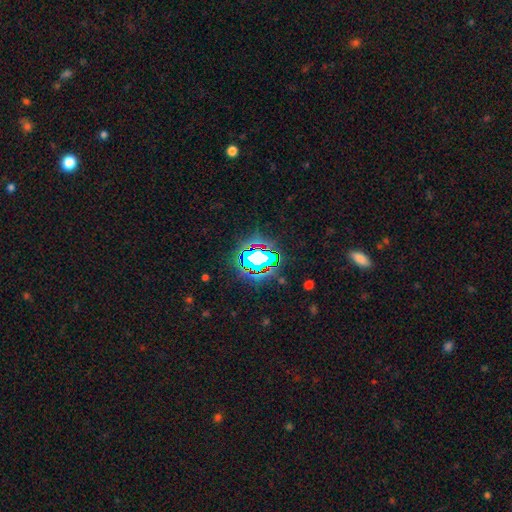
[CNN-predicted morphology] type=star or artifact (78%).